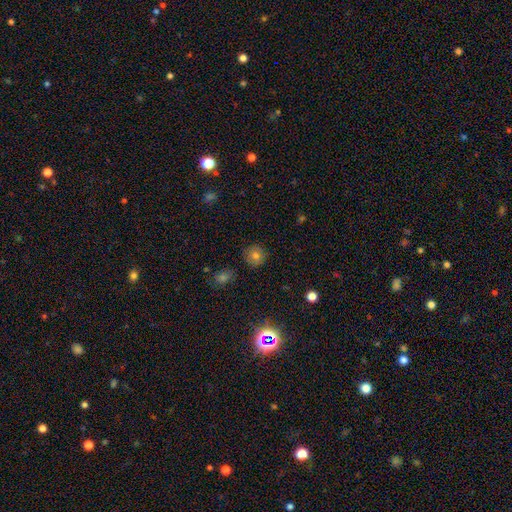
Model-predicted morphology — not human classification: This appears to be a smooth galaxy with no disk features (74%) that is round (92%). Merging: none (87%).